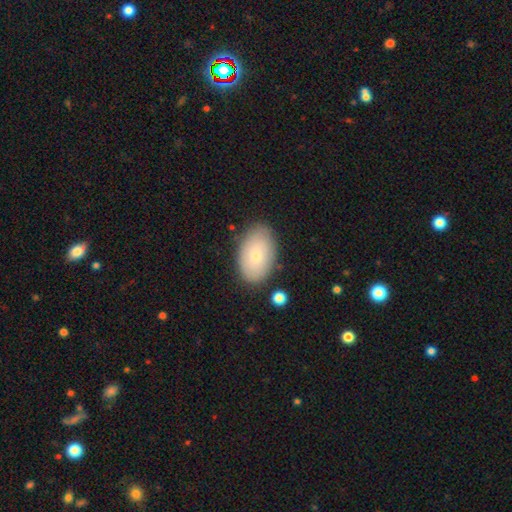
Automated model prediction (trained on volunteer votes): The model was most divided on "smooth or featured": smooth: 75%, featured or disk: 18%, star or artifact: 6%. More confident: how rounded — in between (93%); merging — none (83%).